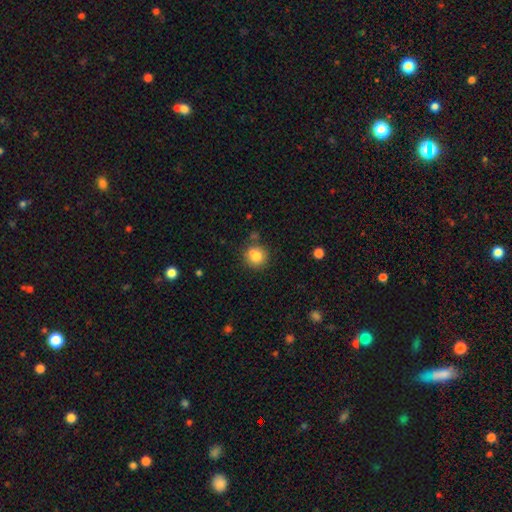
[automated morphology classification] Smooth or featured?
  - smooth: 81% *
  - star or artifact: 10%
  - featured or disk: 9%
How rounded?
  - round: 78% *
  - in between: 21%
  - cigar-shaped: 1%
Merging?
  - none: 67% *
  - minor disturbance: 16%
  - merger: 13%
  - major disturbance: 4%